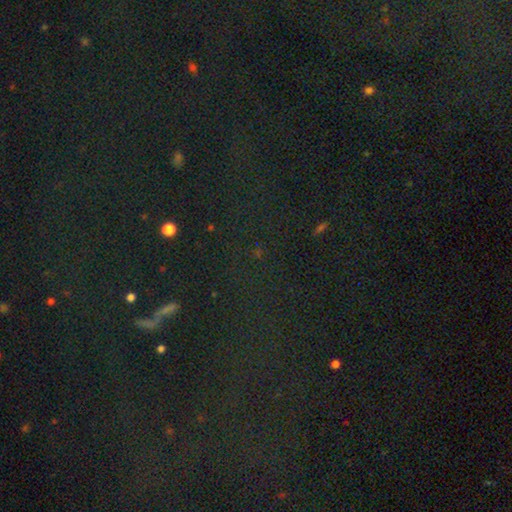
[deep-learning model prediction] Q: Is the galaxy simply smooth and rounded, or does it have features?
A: star or artifact — 80%.